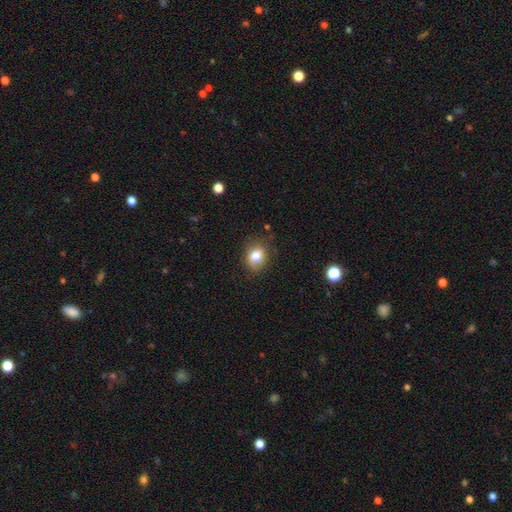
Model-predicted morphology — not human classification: Overall: smooth (80%). How rounded: round (52%; in between 47%). Merging: none (79%).